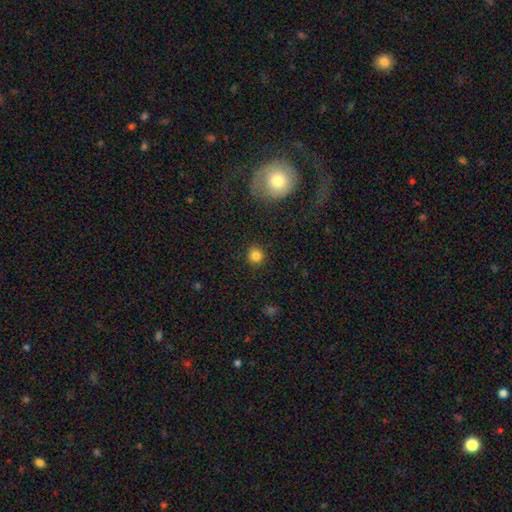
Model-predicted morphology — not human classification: Smooth or featured?
  - smooth: 84% *
  - star or artifact: 12%
  - featured or disk: 5%
How rounded?
  - round: 92% *
  - in between: 7%
  - cigar-shaped: 1%
Merging?
  - none: 91% *
  - minor disturbance: 6%
  - major disturbance: 2%
  - merger: 1%